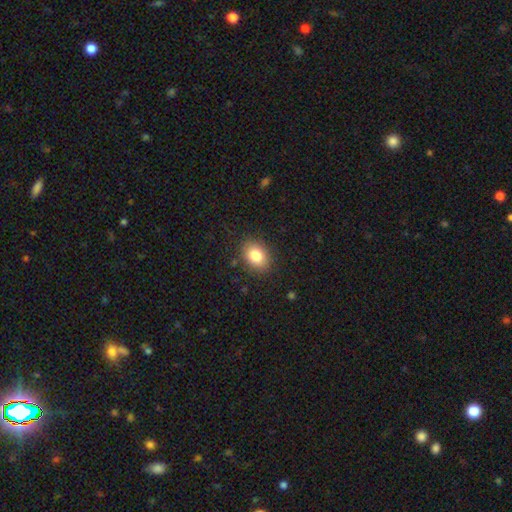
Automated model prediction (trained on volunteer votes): The model was most divided on "how rounded": in between: 69%, round: 30%, cigar-shaped: 1%. More confident: merging — none (86%); smooth or featured — smooth (83%).